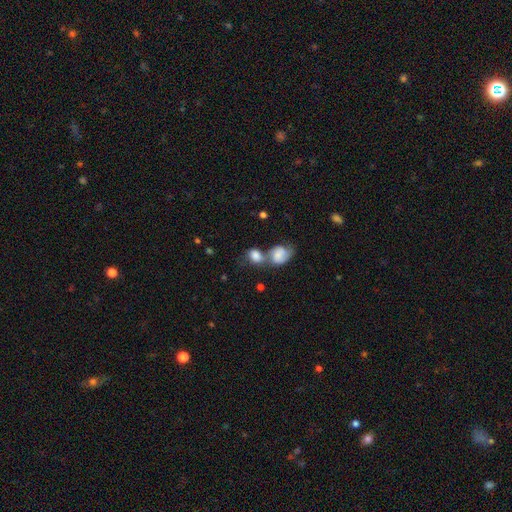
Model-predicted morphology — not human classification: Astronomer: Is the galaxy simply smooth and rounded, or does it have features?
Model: smooth — 78%.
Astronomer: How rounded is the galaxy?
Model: in between — 55% (runner-up: round, 43%).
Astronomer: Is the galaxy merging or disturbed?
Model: merger — 66%.